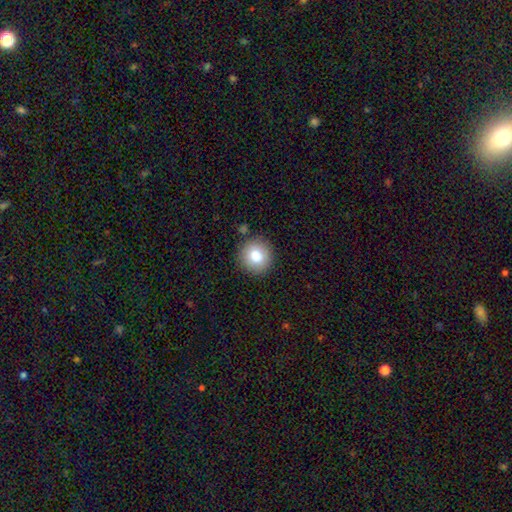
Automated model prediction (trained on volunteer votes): A smooth galaxy with no disk features (83%) that is round (91%).

Vote fractions:
- Smooth or featured? smooth: 83% / star or artifact: 9% / featured or disk: 8%
- How rounded? round: 91% / in between: 8% / cigar-shaped: 1%
- Merging? none: 86% / minor disturbance: 9% / major disturbance: 3% / merger: 3%